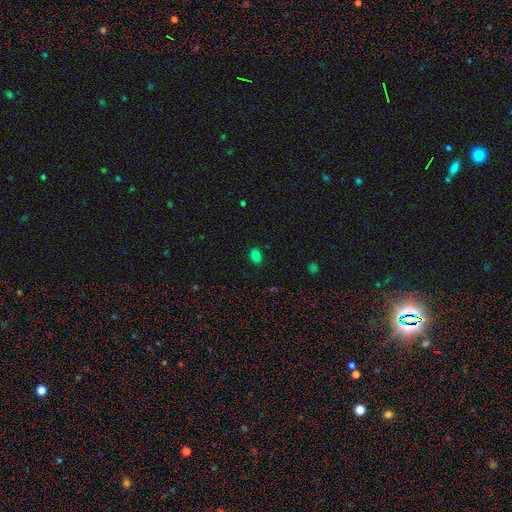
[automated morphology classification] Smooth or featured: smooth — 82% (star or artifact — 14%)
How rounded: in between — 70% (round — 29%)
Merging: none — 87% (minor disturbance — 9%)